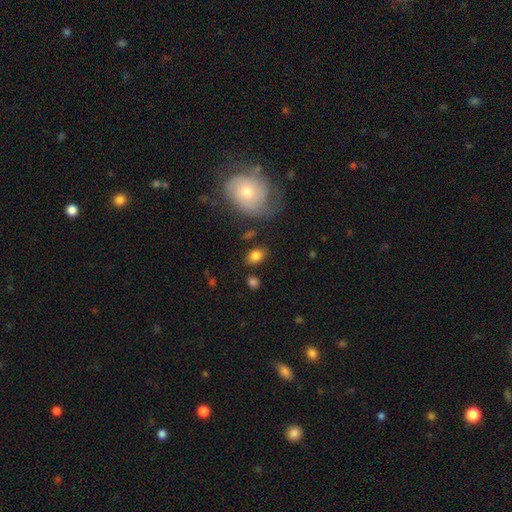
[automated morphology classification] The model was most divided on "how rounded": in between: 80%, round: 18%, cigar-shaped: 2%. More confident: smooth or featured — smooth (83%); merging — none (79%).